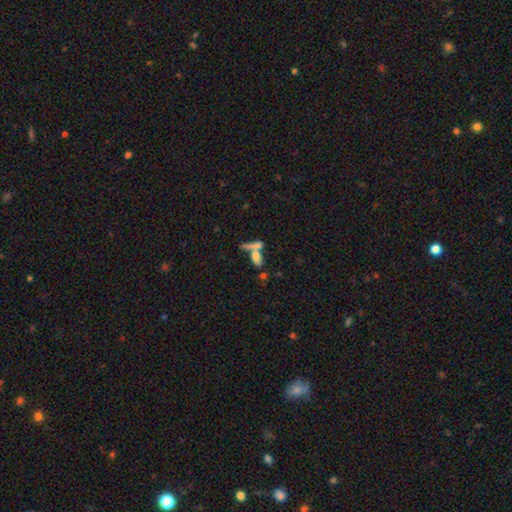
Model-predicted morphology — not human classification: A smooth galaxy with no disk features (66%) that is in between round and cigar-shaped (61%).

Vote fractions:
- Smooth or featured? smooth: 66% / featured or disk: 23% / star or artifact: 11%
- How rounded? in between: 61% / cigar-shaped: 31% / round: 8%
- Merging? merger: 51% / none: 34% / minor disturbance: 9% / major disturbance: 7%